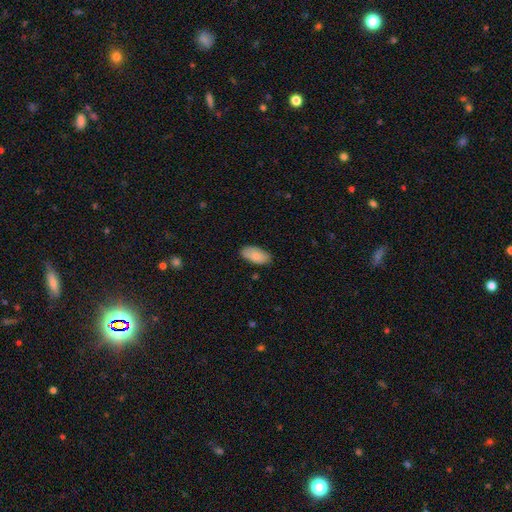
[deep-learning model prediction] The model was most divided on "merging": none: 83%, minor disturbance: 14%, major disturbance: 2%, merger: 1%. More confident: how rounded — in between (94%); smooth or featured — smooth (86%).